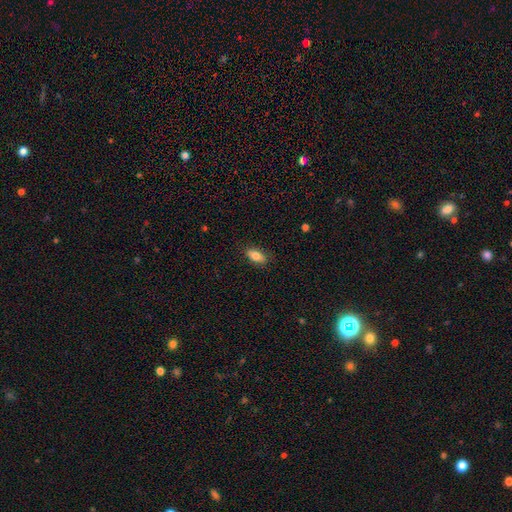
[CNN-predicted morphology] type=smooth (80%); roundness=in between (85%); merging=none (84%).